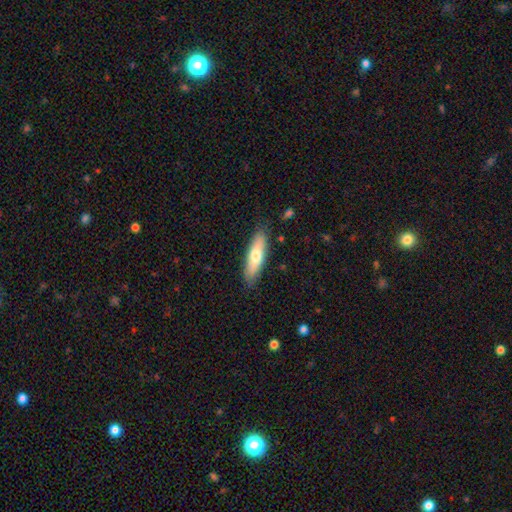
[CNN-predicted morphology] Smooth or featured: smooth — 66% (featured or disk — 28%)
How rounded: cigar-shaped — 56% (in between — 42%)
Merging: none — 84% (minor disturbance — 12%)